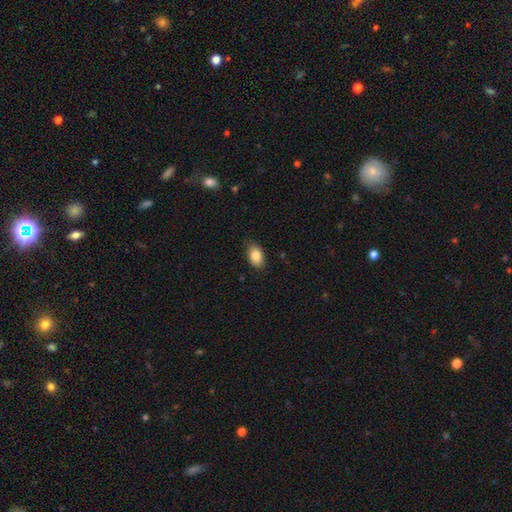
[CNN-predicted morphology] smooth_or_featured: smooth (p=0.85) [alt: star or artifact p=0.08]
how_rounded: in between (p=0.91) [alt: round p=0.08]
merging: none (p=0.85) [alt: minor disturbance p=0.12]